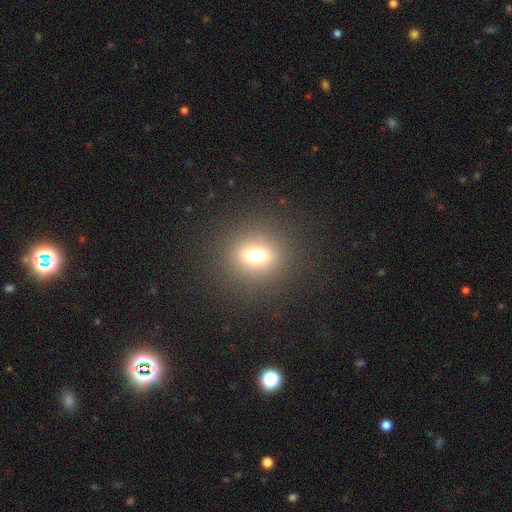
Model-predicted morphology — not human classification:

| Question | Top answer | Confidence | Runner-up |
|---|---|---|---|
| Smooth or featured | smooth | 62% | star or artifact (19%) |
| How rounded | round | 69% | in between (28%) |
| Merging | none | 87% | minor disturbance (7%) |